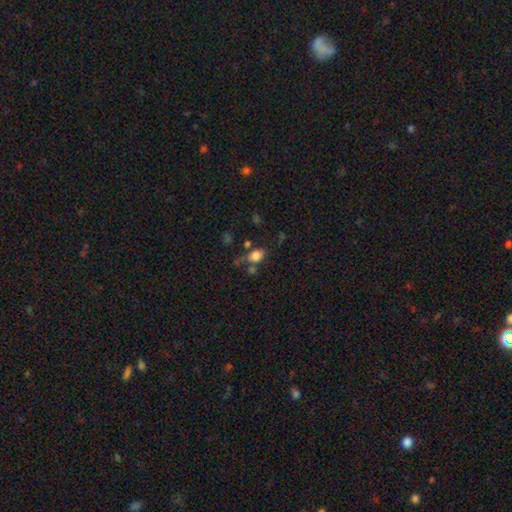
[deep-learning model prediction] smooth-or-featured: smooth: 80% | star or artifact: 12% | featured or disk: 8%
  how-rounded: in between: 71% | round: 28% | cigar-shaped: 2%
  merging: none: 56% | minor disturbance: 18% | merger: 17% | major disturbance: 9%